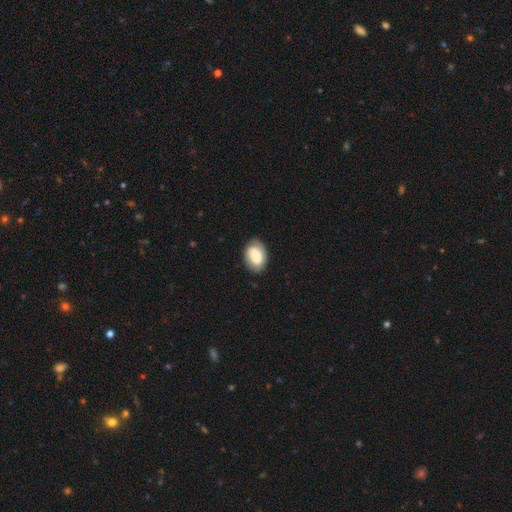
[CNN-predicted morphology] Smooth or featured: smooth — 77% (featured or disk — 16%)
How rounded: in between — 85% (round — 13%)
Merging: none — 76% (minor disturbance — 18%)